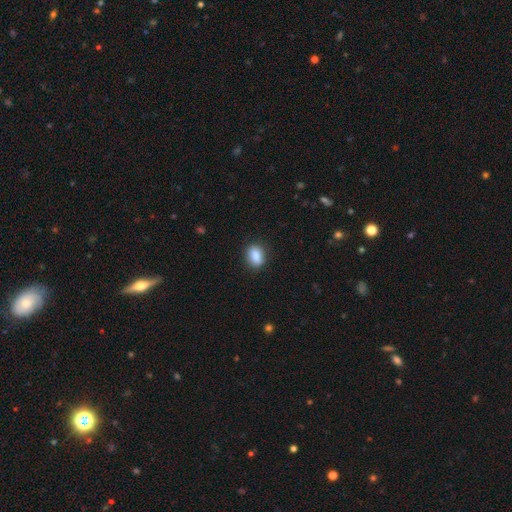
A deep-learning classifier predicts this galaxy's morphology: type=smooth (85%); roundness=in between (69%); merging=none (84%).